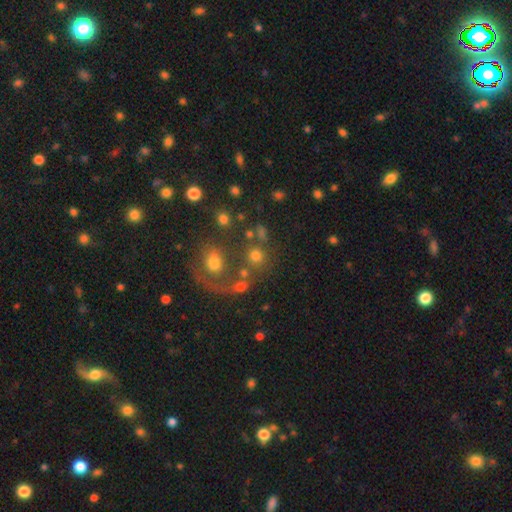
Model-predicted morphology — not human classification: Q: Smooth or featured?
A: smooth (66%); runner-up: star or artifact (19%)
Q: How rounded?
A: round (84%); runner-up: in between (15%)
Q: Merging?
A: none (57%); runner-up: merger (25%)